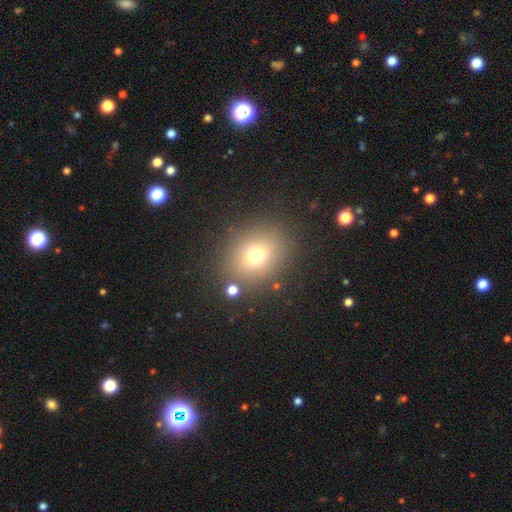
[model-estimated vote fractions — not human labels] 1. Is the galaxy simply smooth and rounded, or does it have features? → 72% smooth, 17% star or artifact, 11% featured or disk.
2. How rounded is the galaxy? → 57% round, 42% in between, 1% cigar-shaped.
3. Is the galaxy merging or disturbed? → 83% none, 9% minor disturbance, 4% major disturbance, 4% merger.